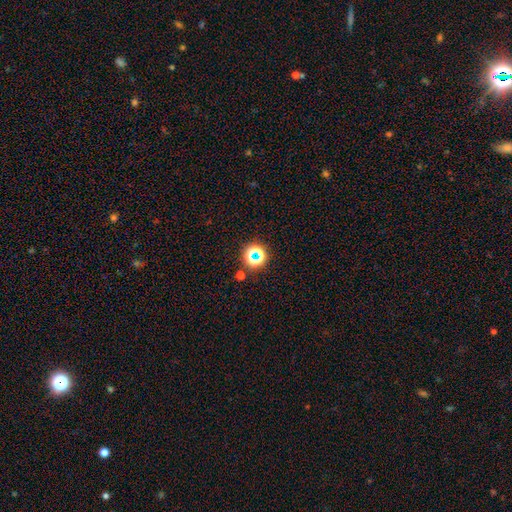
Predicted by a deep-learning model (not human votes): A star or artifact, not a galaxy (55%).